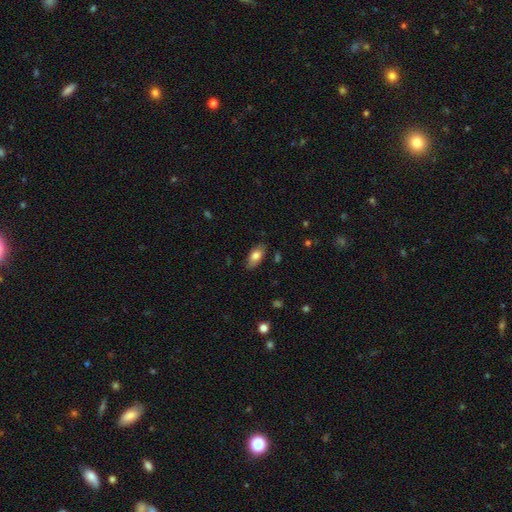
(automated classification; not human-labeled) This is likely a smooth galaxy (77%). How rounded: clearly in between (89%). Merging: clearly none (81%).